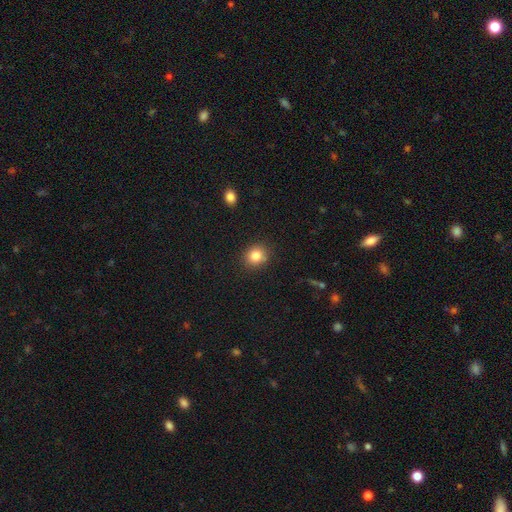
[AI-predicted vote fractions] Smooth or featured? Predicted: smooth (p=0.83). How rounded? Predicted: round (p=0.78). Merging? Predicted: none (p=0.87).